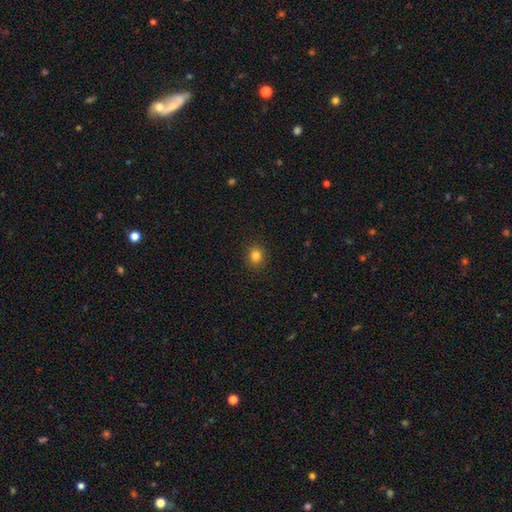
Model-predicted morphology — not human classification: A smooth galaxy with no disk features (82%) that is round (80%).

Vote fractions:
- Smooth or featured? smooth: 82% / star or artifact: 13% / featured or disk: 5%
- How rounded? round: 80% / in between: 19% / cigar-shaped: 1%
- Merging? none: 90% / minor disturbance: 7% / major disturbance: 2% / merger: 1%